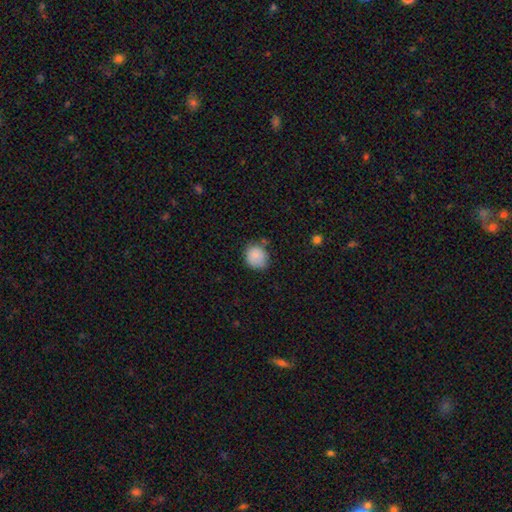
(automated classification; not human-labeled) Overall: smooth (86%). How rounded: round (75%). Merging: none (66%).